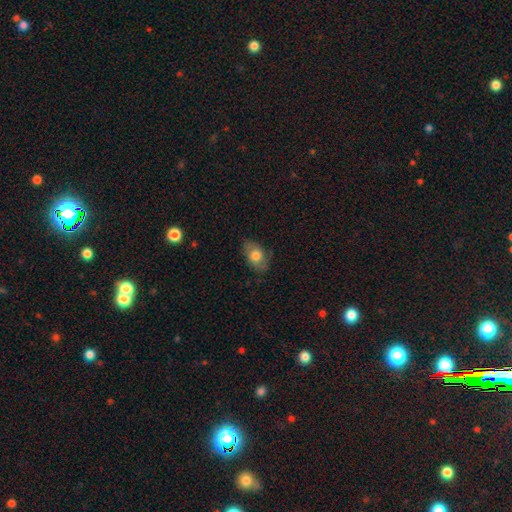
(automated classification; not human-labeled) Q: Smooth or featured?
A: smooth (74%); runner-up: featured or disk (19%)
Q: How rounded?
A: in between (85%); runner-up: round (13%)
Q: Merging?
A: none (74%); runner-up: minor disturbance (20%)